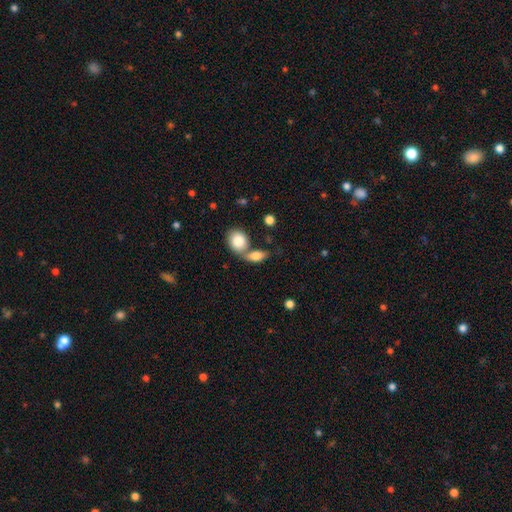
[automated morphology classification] type=smooth (80%); roundness=in between (80%); merging=merger (53%).